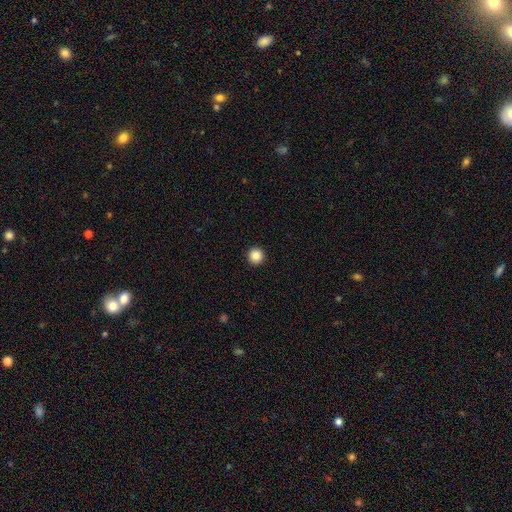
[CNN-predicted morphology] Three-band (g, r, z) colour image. It shows a smooth galaxy with no disk features (86%) that is round (96%). Merging: none (94%).